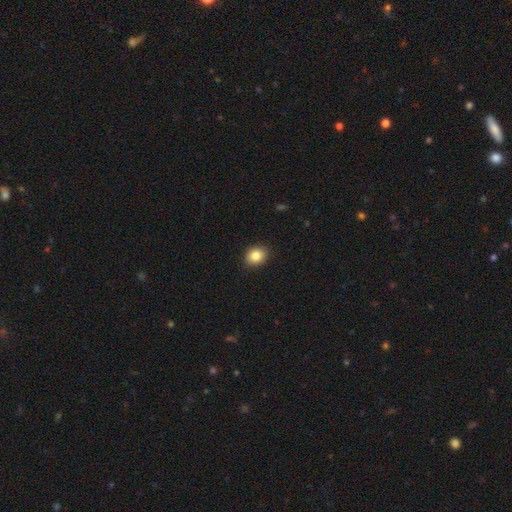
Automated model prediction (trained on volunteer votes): smooth_or_featured: smooth (p=0.85) [alt: star or artifact p=0.09]
how_rounded: round (p=0.55) [alt: in between p=0.44]
merging: none (p=0.89) [alt: minor disturbance p=0.08]